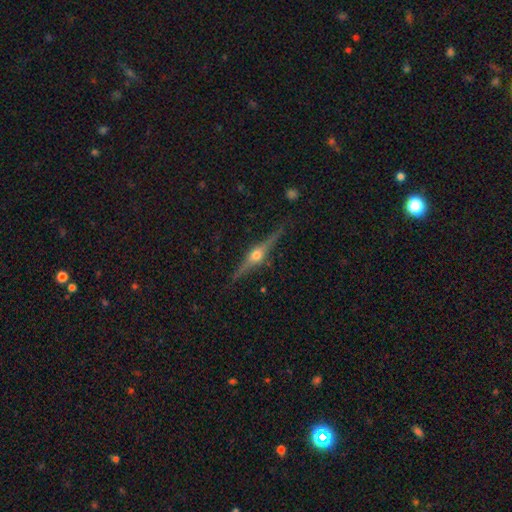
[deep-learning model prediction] Morphology: type=featured or disk (82%); edge-on=yes (98%); edge-on bulge=rounded (95%); merging=none (88%).